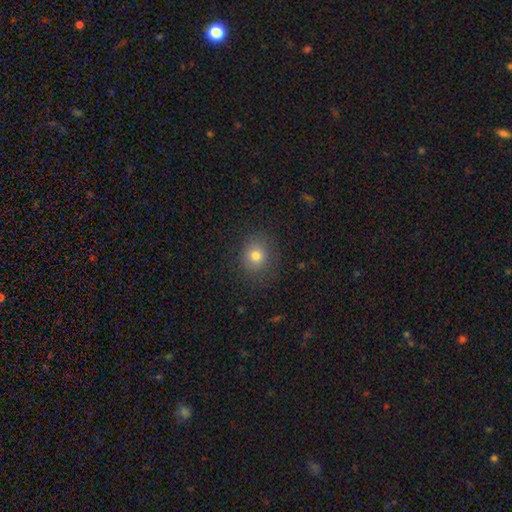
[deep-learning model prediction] This is likely a smooth galaxy (78%). How rounded: clearly round (84%). Merging: clearly none (85%).